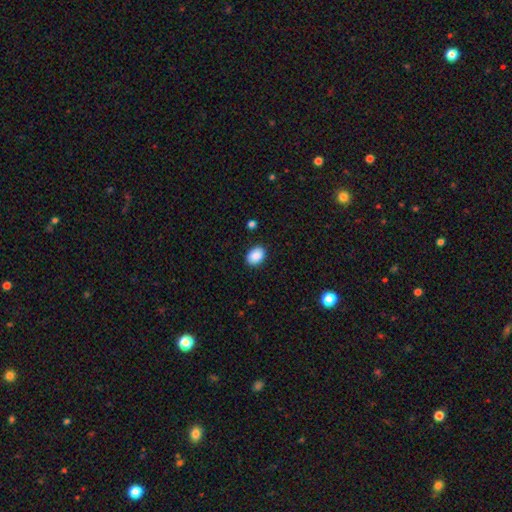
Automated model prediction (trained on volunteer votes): This appears to be a smooth galaxy with no disk features (89%) that is in between round and cigar-shaped (79%). Merging: none (88%).